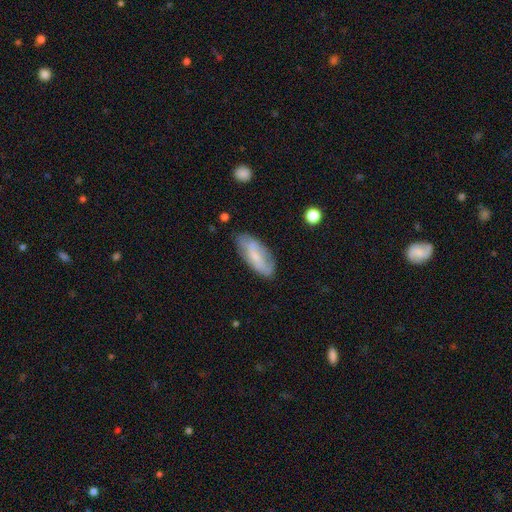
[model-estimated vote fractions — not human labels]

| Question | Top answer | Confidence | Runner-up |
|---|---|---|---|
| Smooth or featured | smooth | 51% | featured or disk (42%) |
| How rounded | in between | 78% | cigar-shaped (20%) |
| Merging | none | 70% | minor disturbance (22%) |